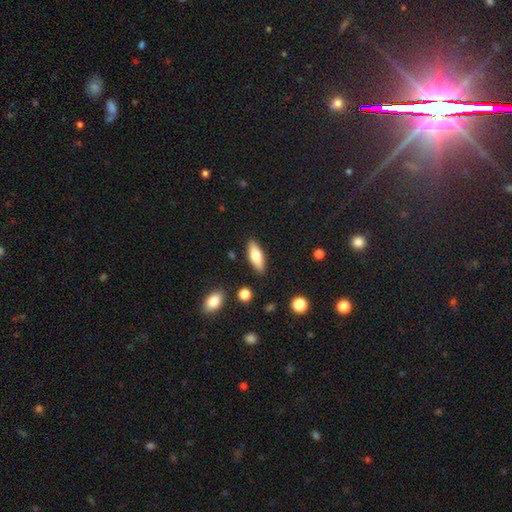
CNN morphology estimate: Smooth or featured: smooth — 70% (featured or disk — 24%)
How rounded: in between — 60% (cigar-shaped — 38%)
Merging: none — 86% (minor disturbance — 10%)